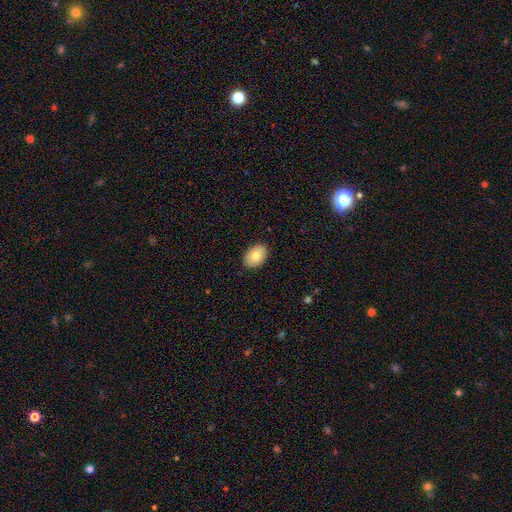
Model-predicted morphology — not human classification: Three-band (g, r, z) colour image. It shows a smooth galaxy with no disk features (82%) that is in between round and cigar-shaped (85%). Merging: none (88%).